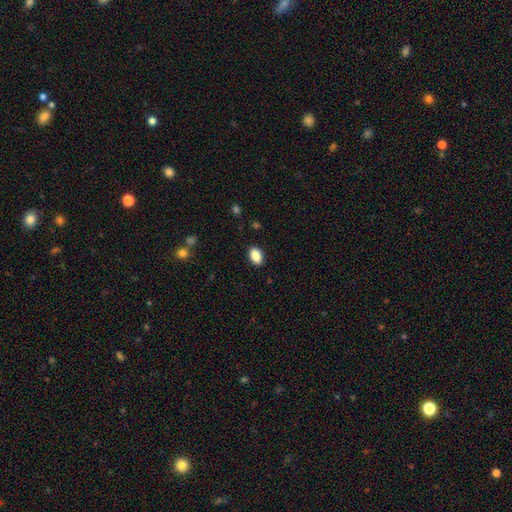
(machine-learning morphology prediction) smooth_or_featured: smooth (p=0.88) [alt: star or artifact p=0.08]
how_rounded: in between (p=0.90) [alt: round p=0.07]
merging: none (p=0.88) [alt: minor disturbance p=0.08]